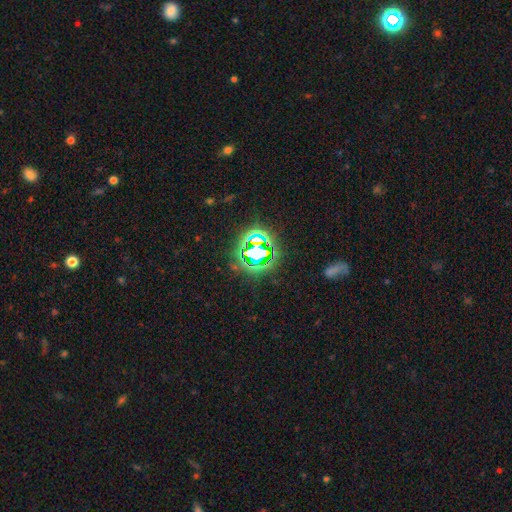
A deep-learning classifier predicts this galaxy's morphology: This is likely a star or artifact rather than a galaxy (75%).